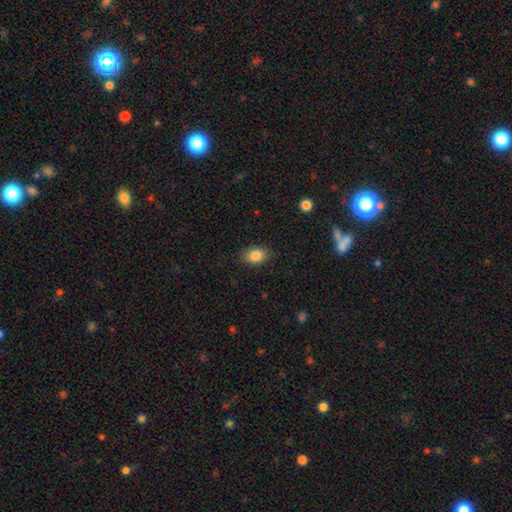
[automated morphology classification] A smooth galaxy with no disk features (86%) that is in between round and cigar-shaped (80%). Merging: none (86%).